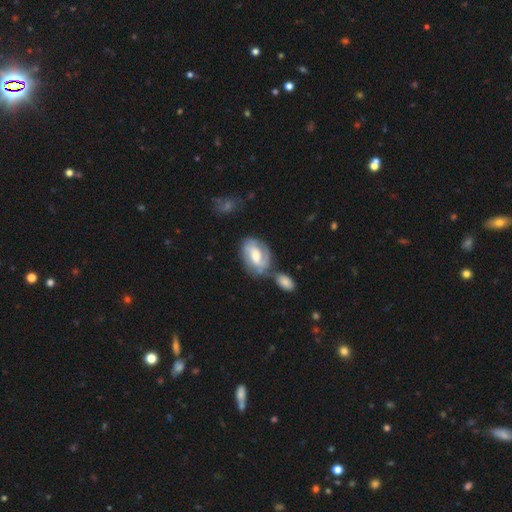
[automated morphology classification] featured or disk 70%, smooth 24%, star or artifact 6%. Down the decision tree: edge-on disk — no (96%); bar — weak (49%); spiral arms — yes (86%); spiral arm count — 2 (60%); spiral winding — tight (48%); bulge size — moderate (58%); merging — none (48%).